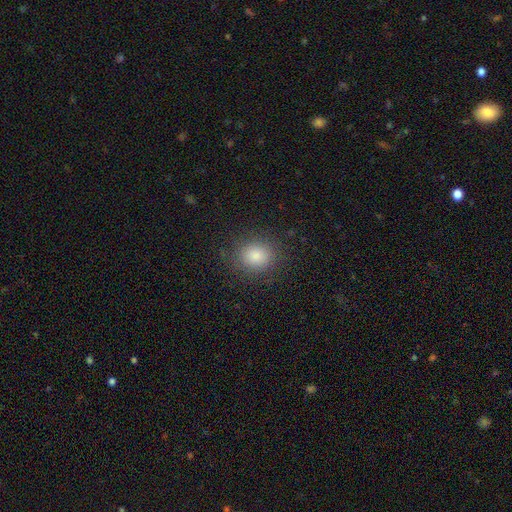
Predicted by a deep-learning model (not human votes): The model was most divided on "how rounded": round: 77%, in between: 22%, cigar-shaped: 1%. More confident: merging — none (86%); smooth or featured — smooth (84%).